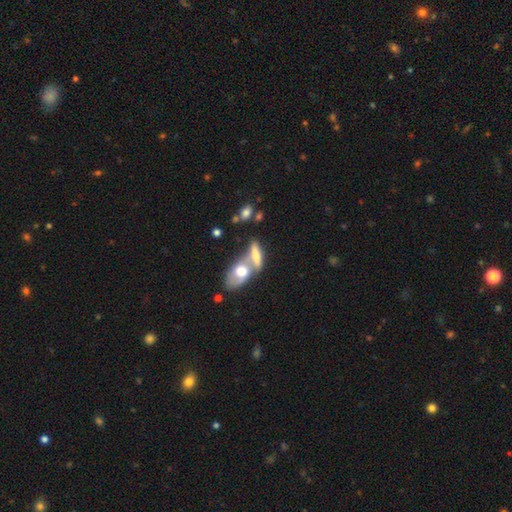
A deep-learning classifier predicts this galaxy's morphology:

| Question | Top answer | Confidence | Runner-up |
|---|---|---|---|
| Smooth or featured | smooth | 53% | featured or disk (40%) |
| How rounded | in between | 64% | cigar-shaped (30%) |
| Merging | merger | 60% | none (27%) |